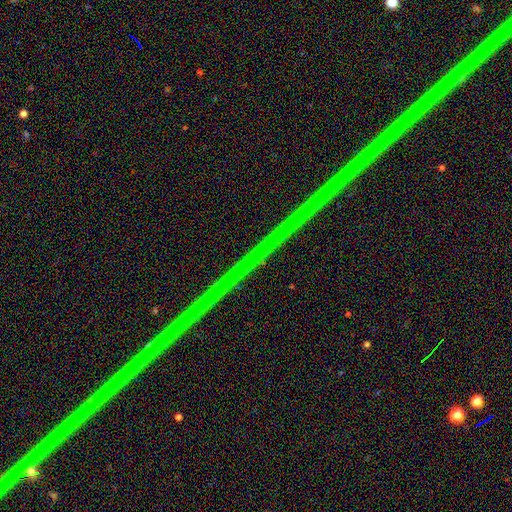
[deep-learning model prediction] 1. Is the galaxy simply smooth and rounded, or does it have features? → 89% star or artifact, 8% featured or disk, 4% smooth.